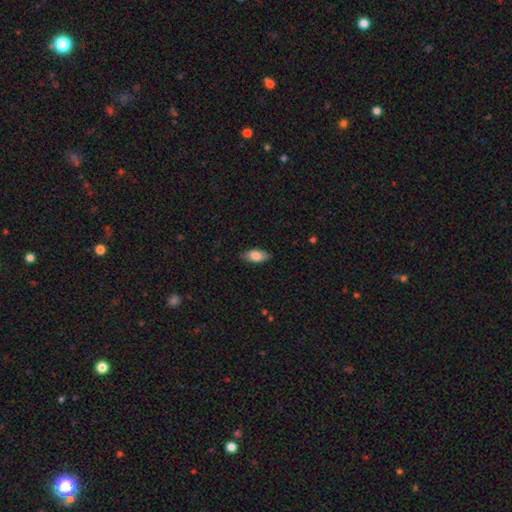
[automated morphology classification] Overall: smooth (81%). How rounded: in between (88%). Merging: none (84%).